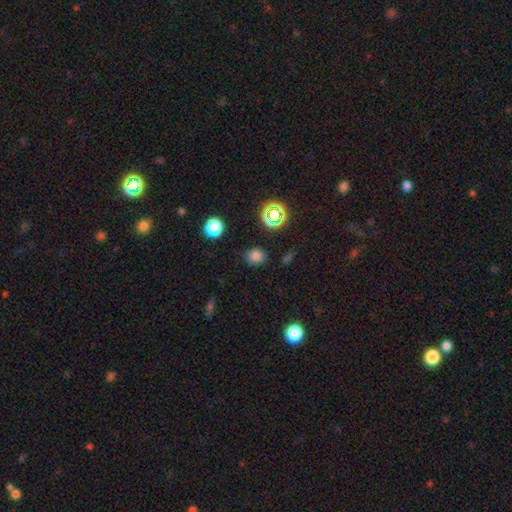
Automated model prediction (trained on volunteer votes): Smooth or featured?
  - smooth: 75% *
  - star or artifact: 20%
  - featured or disk: 5%
How rounded?
  - round: 71% *
  - in between: 28%
  - cigar-shaped: 1%
Merging?
  - none: 84% *
  - minor disturbance: 11%
  - major disturbance: 3%
  - merger: 2%